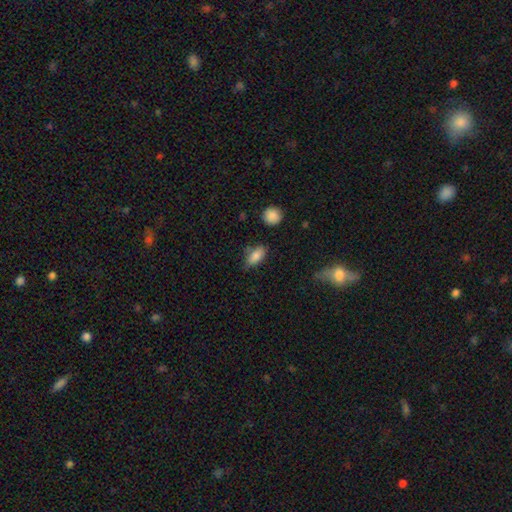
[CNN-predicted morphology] Overall: smooth (85%). How rounded: in between (88%). Merging: none (72%).